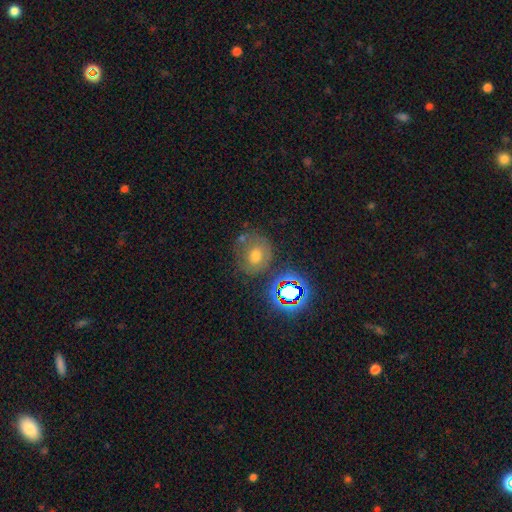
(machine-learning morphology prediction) type=smooth (52%); roundness=round (76%); merging=none (64%).